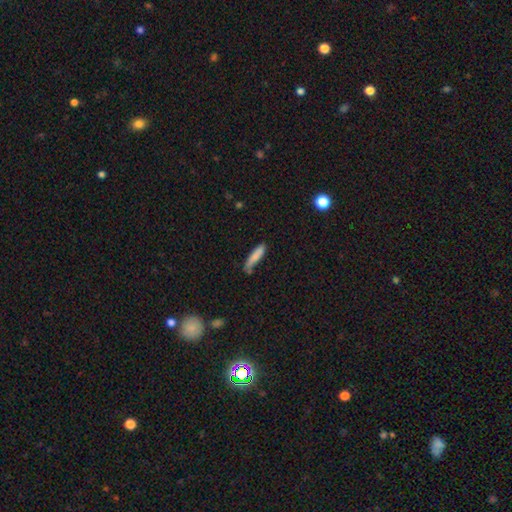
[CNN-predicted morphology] Smooth or featured: smooth — 83% (featured or disk — 11%)
How rounded: cigar-shaped — 80% (in between — 18%)
Merging: none — 63% (minor disturbance — 25%)